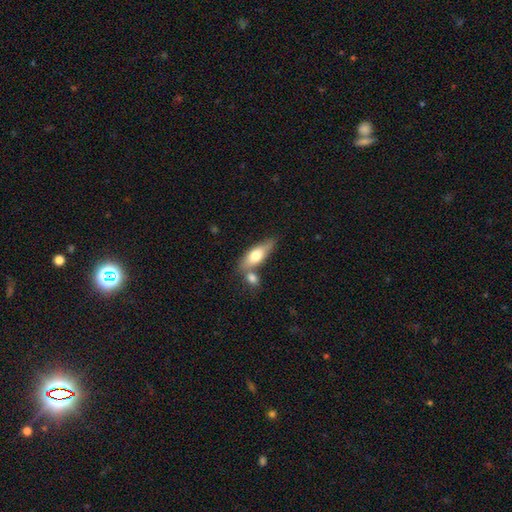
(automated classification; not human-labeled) Smooth or featured? Predicted: smooth (p=0.66). How rounded? Predicted: in between (p=0.68). Merging? Predicted: none (p=0.50).